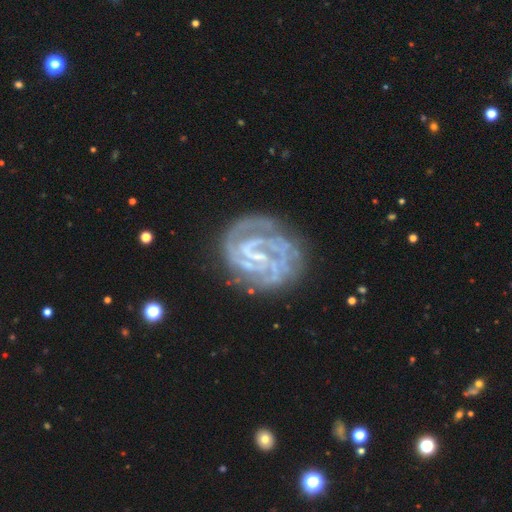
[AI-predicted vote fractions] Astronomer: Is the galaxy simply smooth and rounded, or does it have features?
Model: featured or disk — 88%.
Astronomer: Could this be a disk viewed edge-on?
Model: no — 98%.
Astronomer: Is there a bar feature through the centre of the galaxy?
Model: weak — 43% (runner-up: strong, 33%).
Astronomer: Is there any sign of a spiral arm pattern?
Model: yes — 96%.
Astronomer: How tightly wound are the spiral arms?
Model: tight — 69%.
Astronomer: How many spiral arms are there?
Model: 2 — 33% (runner-up: 3, 24%).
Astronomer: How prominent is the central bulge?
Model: small — 54% (runner-up: none, 32%).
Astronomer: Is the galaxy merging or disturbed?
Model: none — 71%.